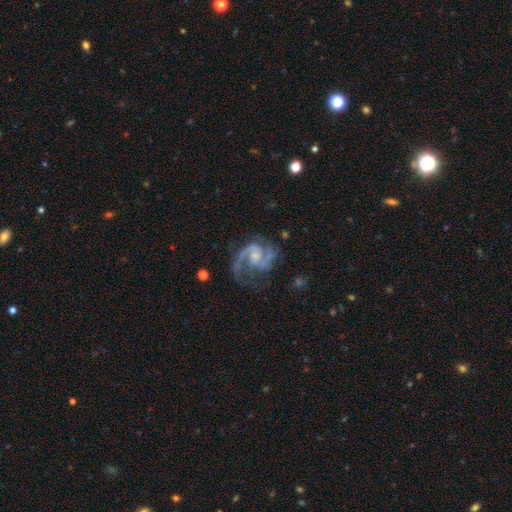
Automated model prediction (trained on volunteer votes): Morphology: type=featured or disk (91%); edge-on=no (98%); bar=no (55%); spiral arms=yes (98%); winding=medium (59%); arm count=2 (83%); bulge=small (53%); merging=none (60%).